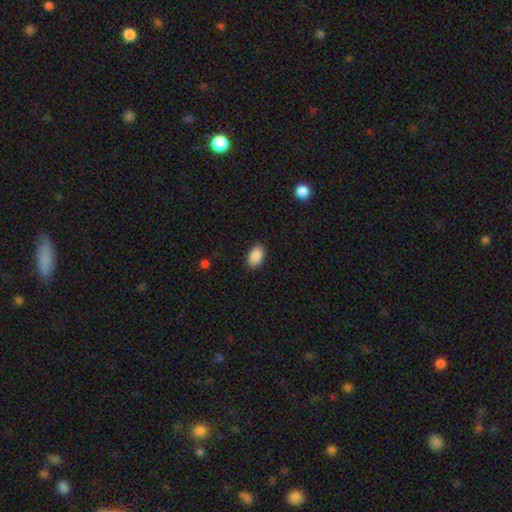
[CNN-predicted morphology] This is clearly a smooth galaxy (89%). How rounded: clearly in between (92%). Merging: clearly none (88%).